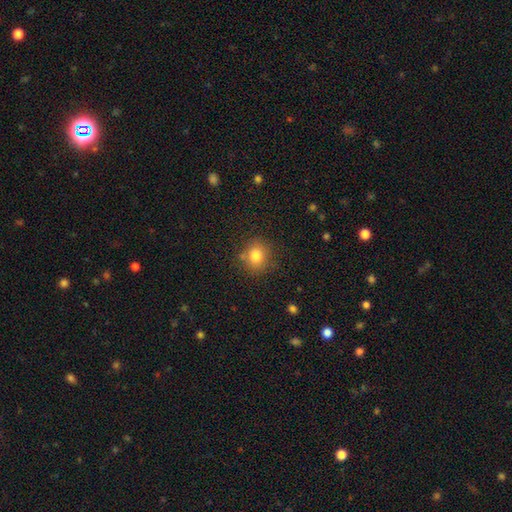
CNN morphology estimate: Smooth or featured?
  - smooth: 81% *
  - star or artifact: 12%
  - featured or disk: 7%
How rounded?
  - round: 78% *
  - in between: 21%
  - cigar-shaped: 1%
Merging?
  - none: 80% *
  - minor disturbance: 13%
  - merger: 4%
  - major disturbance: 4%